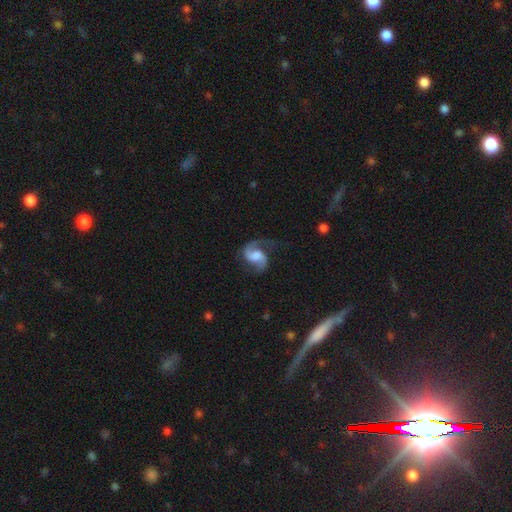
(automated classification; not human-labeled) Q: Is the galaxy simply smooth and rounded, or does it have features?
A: featured or disk — 86%.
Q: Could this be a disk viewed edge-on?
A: no — 98%.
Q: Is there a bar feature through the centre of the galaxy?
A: no — 44%.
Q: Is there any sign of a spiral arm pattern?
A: yes — 97%.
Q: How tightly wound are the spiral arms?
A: medium — 47%.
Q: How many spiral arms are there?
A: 2 — 87%.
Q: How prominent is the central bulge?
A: moderate — 31%.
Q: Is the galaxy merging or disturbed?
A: none — 62%.